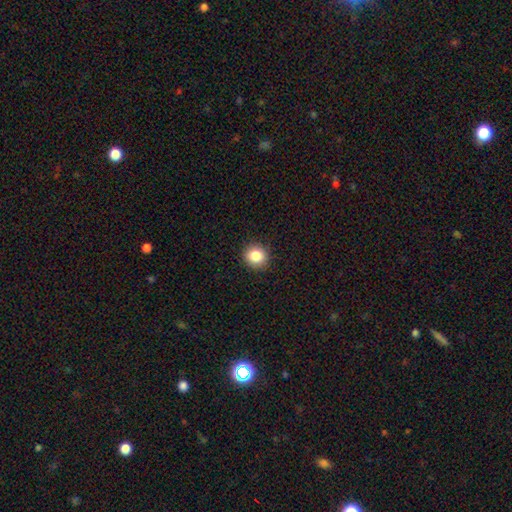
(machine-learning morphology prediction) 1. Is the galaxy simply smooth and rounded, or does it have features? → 84% smooth, 10% star or artifact, 5% featured or disk.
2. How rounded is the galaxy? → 90% round, 9% in between, 1% cigar-shaped.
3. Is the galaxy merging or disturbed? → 91% none, 6% minor disturbance, 2% major disturbance, 1% merger.